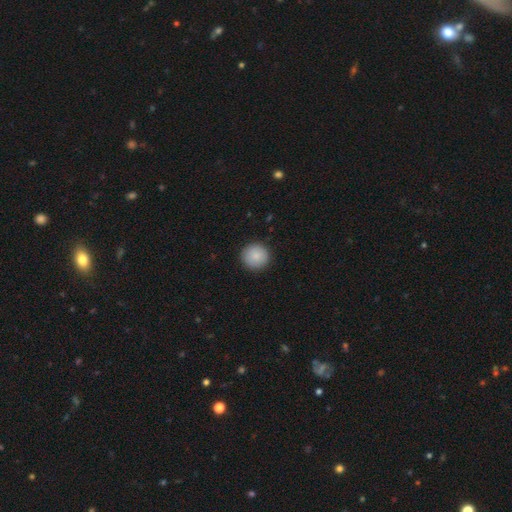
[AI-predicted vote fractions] Smooth or featured: smooth — 87% (star or artifact — 8%)
How rounded: round — 95% (in between — 4%)
Merging: none — 91% (minor disturbance — 6%)